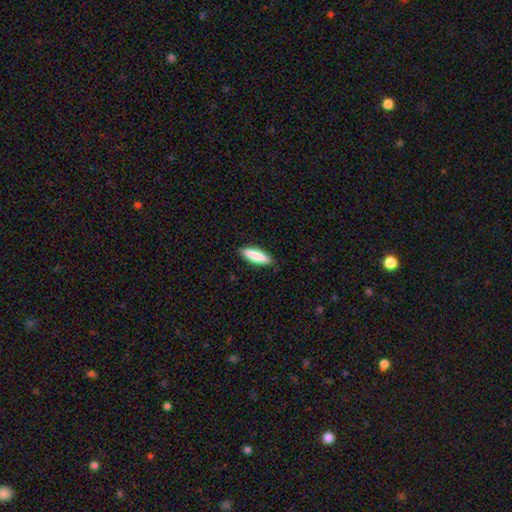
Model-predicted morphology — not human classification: A smooth galaxy with no disk features (86%) that is cigar-shaped (59%). Merging: none (88%).